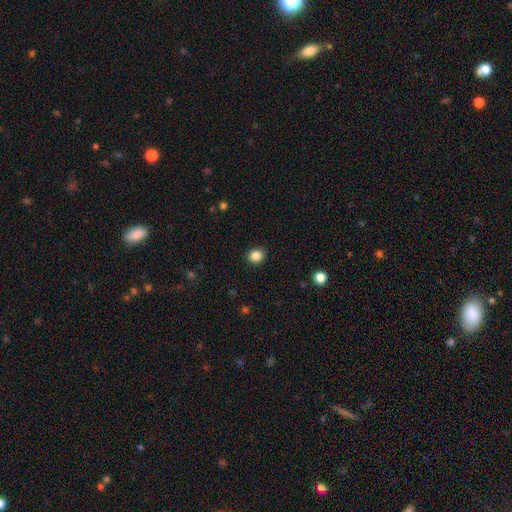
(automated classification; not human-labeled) smooth 85%, star or artifact 11%, featured or disk 4%. Down the decision tree: how rounded — round (78%); merging — none (91%).